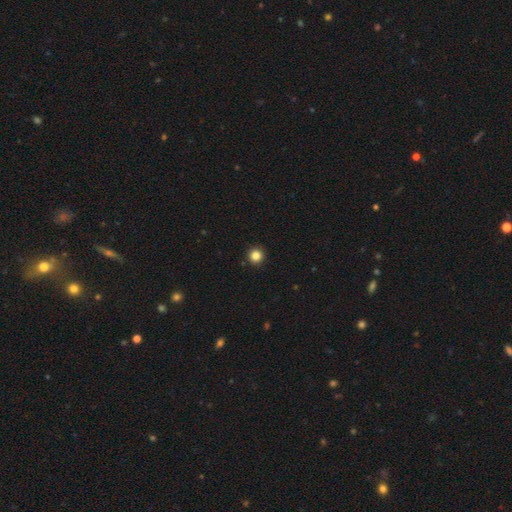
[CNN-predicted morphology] type=smooth (85%); roundness=round (96%); merging=none (93%).